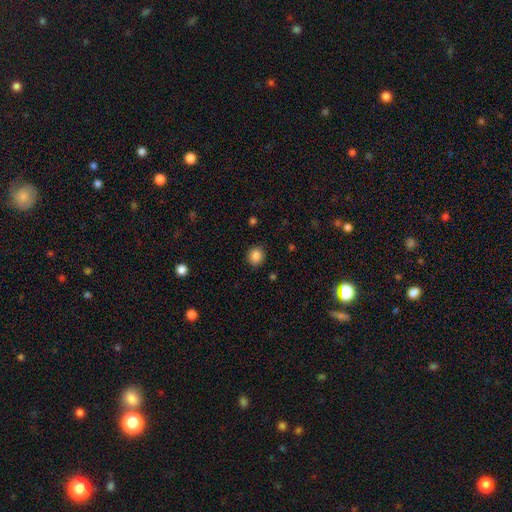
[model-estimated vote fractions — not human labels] This is clearly a smooth galaxy (87%). How rounded: clearly round (84%). Merging: clearly none (89%).